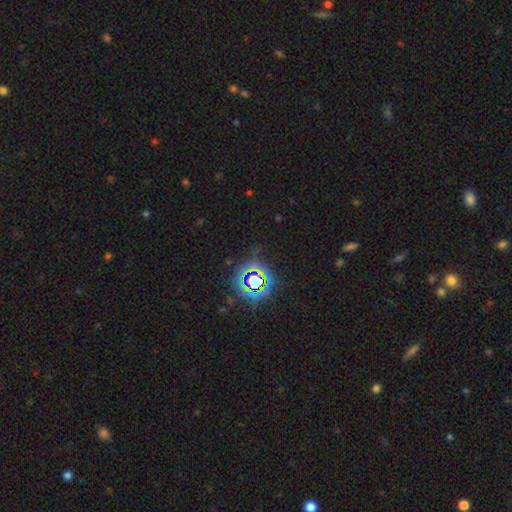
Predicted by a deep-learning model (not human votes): A star or artifact, not a galaxy (77%).